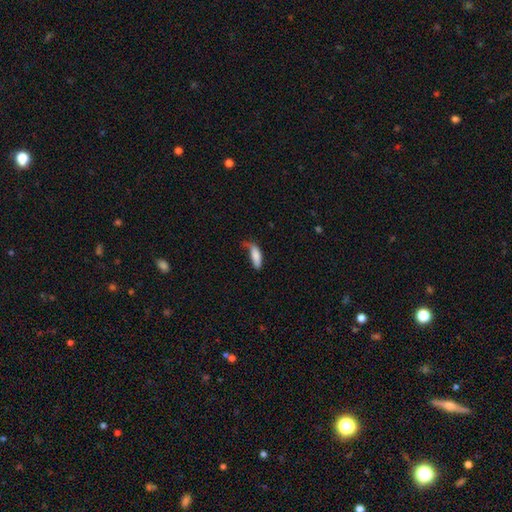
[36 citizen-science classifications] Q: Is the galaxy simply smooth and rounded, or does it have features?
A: smooth — 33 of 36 (92%).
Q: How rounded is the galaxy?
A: in between — 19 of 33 (58%).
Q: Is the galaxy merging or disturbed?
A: none — 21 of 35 (60%).